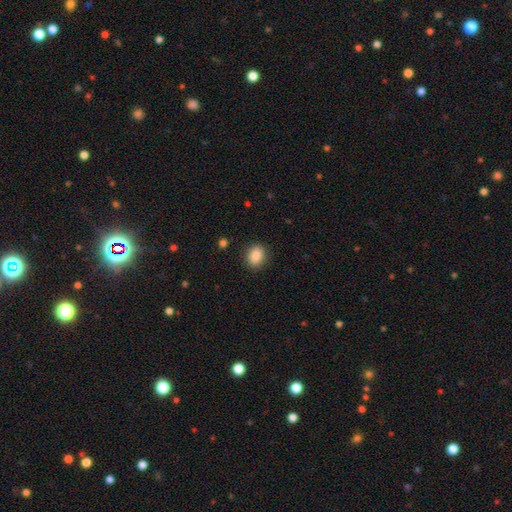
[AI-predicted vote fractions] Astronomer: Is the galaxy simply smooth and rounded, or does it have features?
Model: smooth — 88%.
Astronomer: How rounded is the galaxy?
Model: in between — 52% (runner-up: round, 47%).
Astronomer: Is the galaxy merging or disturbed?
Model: none — 88%.